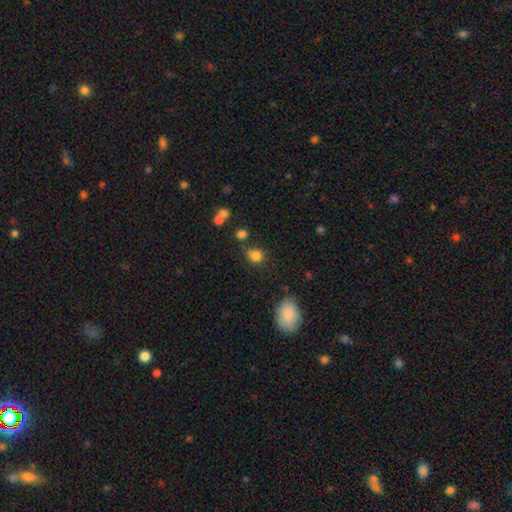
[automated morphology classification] This appears to be a smooth galaxy with no disk features (82%) that is round (66%). Merging: none (61%).